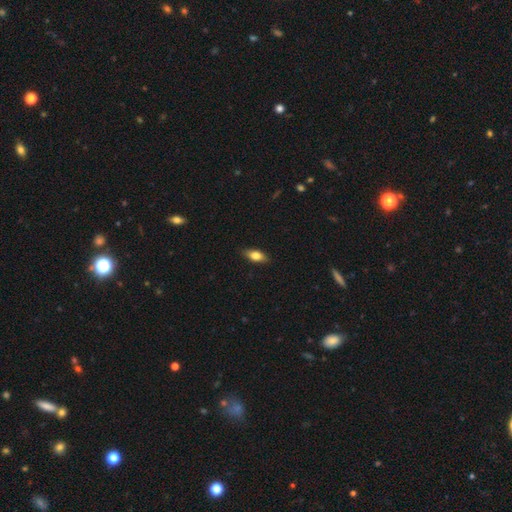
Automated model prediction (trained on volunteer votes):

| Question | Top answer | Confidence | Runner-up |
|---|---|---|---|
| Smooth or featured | smooth | 78% | featured or disk (15%) |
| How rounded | in between | 83% | cigar-shaped (13%) |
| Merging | none | 86% | minor disturbance (11%) |